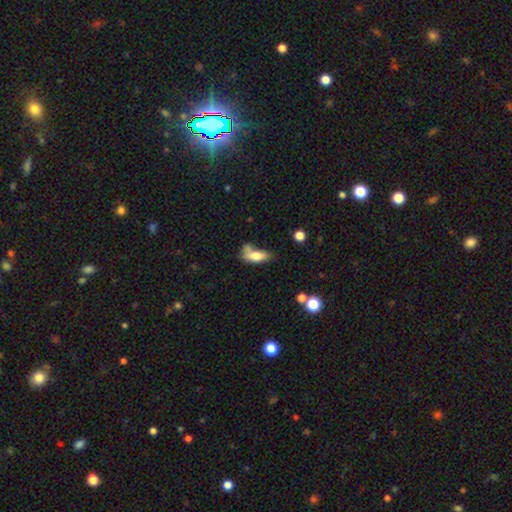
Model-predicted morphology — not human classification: This is likely a smooth galaxy (72%). How rounded: likely in between (78%). Merging: marginally none (29%).